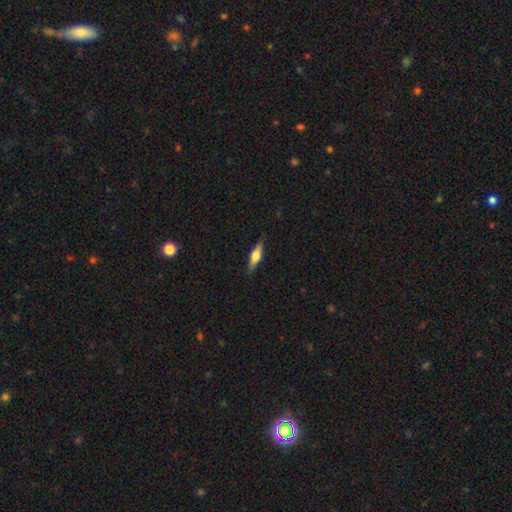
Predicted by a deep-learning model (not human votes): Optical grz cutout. It shows a featured or disk galaxy (61%) viewed edge-on (96%) with a rounded central bulge (92%). Merging: none (88%).